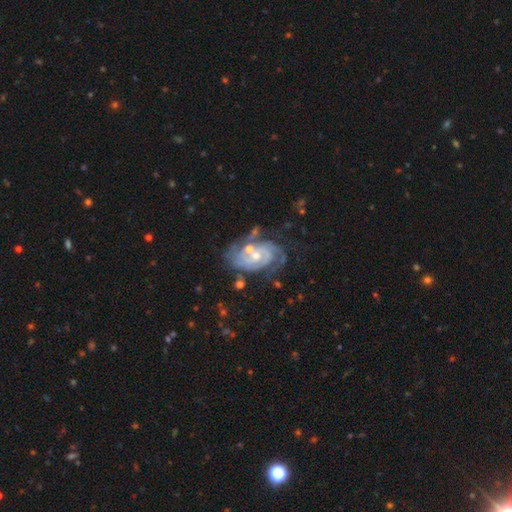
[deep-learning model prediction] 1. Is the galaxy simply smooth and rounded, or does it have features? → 85% featured or disk, 8% smooth, 7% star or artifact.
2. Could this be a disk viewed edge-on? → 97% no, 3% yes.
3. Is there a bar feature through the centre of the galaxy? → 64% no, 29% weak, 7% strong.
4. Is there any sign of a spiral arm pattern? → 95% yes, 5% no.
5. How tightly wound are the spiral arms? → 65% tight, 28% medium, 7% loose.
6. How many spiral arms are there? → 37% 2, 28% can't tell, 19% 3, 7% 4, 5% 1, 5% more than 4.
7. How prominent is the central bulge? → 51% small, 44% moderate, 2% large, 2% none, 1% dominant.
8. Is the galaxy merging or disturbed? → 53% none, 21% minor disturbance, 13% major disturbance, 13% merger.